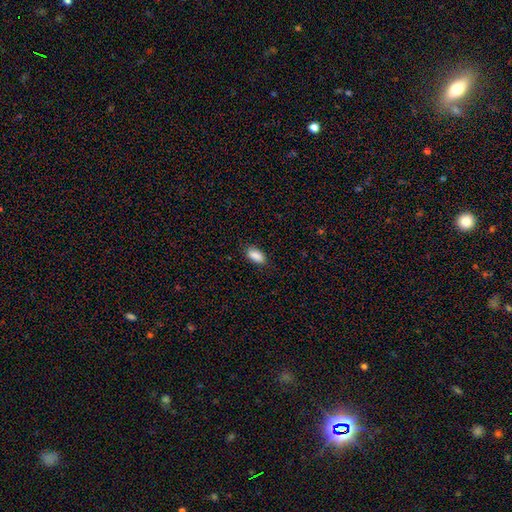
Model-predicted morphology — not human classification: Smooth or featured? Predicted: smooth (p=0.89). How rounded? Predicted: in between (p=0.90). Merging? Predicted: none (p=0.83).